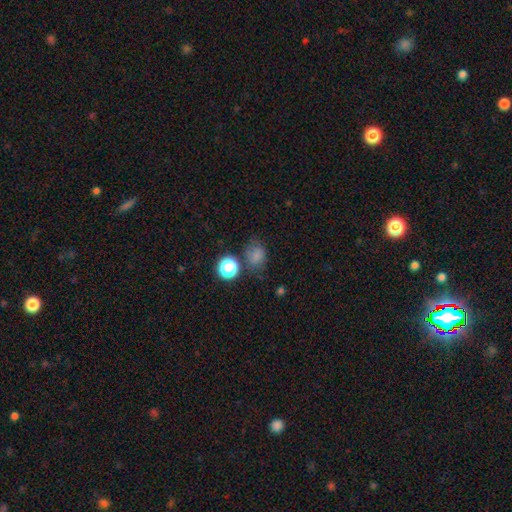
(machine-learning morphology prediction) type=smooth (74%); roundness=round (54%); merging=none (63%).